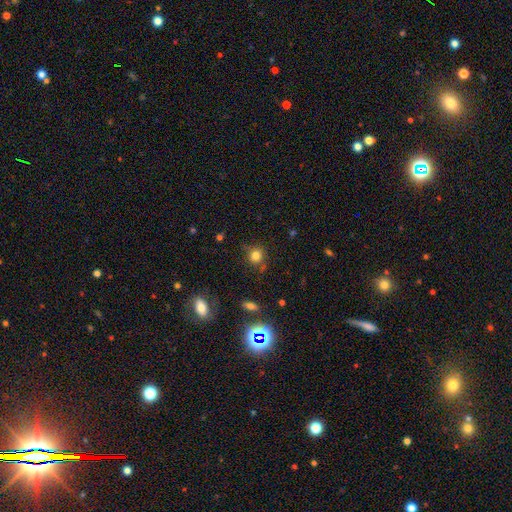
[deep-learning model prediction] Q: Smooth or featured?
A: smooth (79%); runner-up: star or artifact (15%)
Q: How rounded?
A: round (89%); runner-up: in between (10%)
Q: Merging?
A: none (78%); runner-up: minor disturbance (13%)